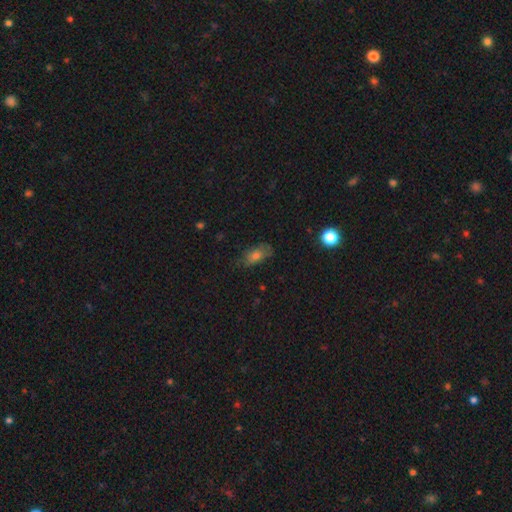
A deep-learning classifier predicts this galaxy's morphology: Q: Smooth or featured?
A: smooth (63%); runner-up: featured or disk (23%)
Q: How rounded?
A: in between (82%); runner-up: cigar-shaped (9%)
Q: Merging?
A: none (65%); runner-up: minor disturbance (25%)